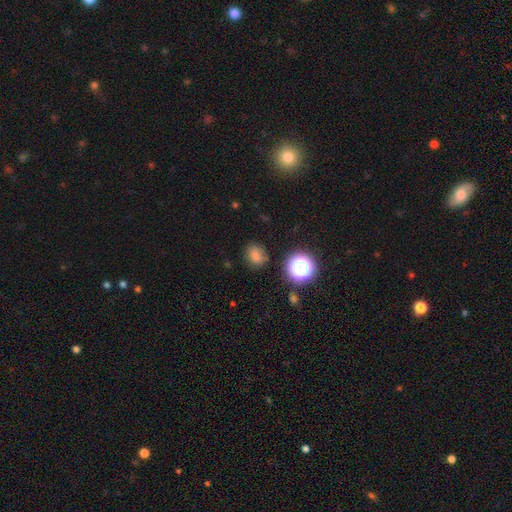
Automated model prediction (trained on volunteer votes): smooth-or-featured: smooth: 69% | star or artifact: 25% | featured or disk: 7%
  how-rounded: round: 60% | in between: 39% | cigar-shaped: 1%
  merging: none: 82% | minor disturbance: 12% | major disturbance: 4% | merger: 2%